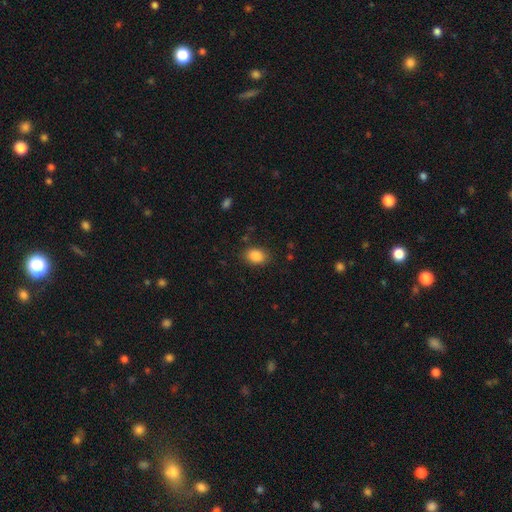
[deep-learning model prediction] Smooth or featured?
  - smooth: 87% *
  - star or artifact: 9%
  - featured or disk: 4%
How rounded?
  - in between: 77% *
  - round: 22%
  - cigar-shaped: 1%
Merging?
  - none: 84% *
  - minor disturbance: 11%
  - major disturbance: 3%
  - merger: 1%